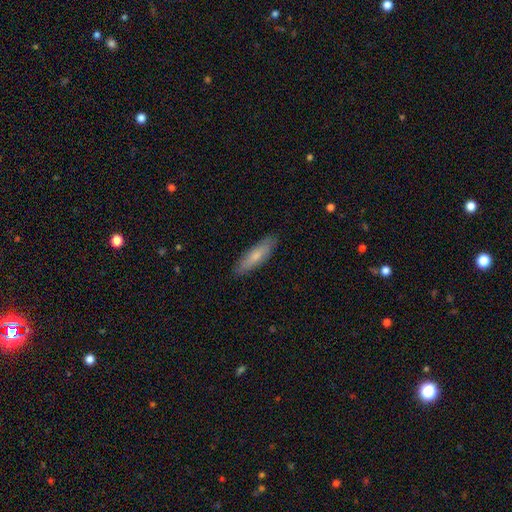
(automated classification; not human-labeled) Smooth or featured: smooth — 72% (featured or disk — 23%)
How rounded: cigar-shaped — 65% (in between — 33%)
Merging: none — 86% (minor disturbance — 11%)